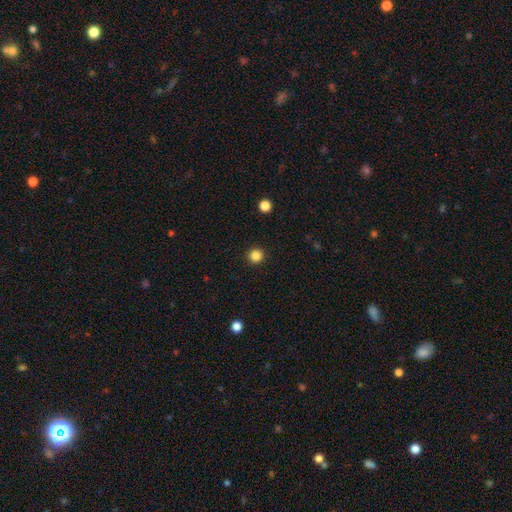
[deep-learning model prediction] A smooth galaxy with no disk features (85%) that is round (96%). Merging: none (93%).